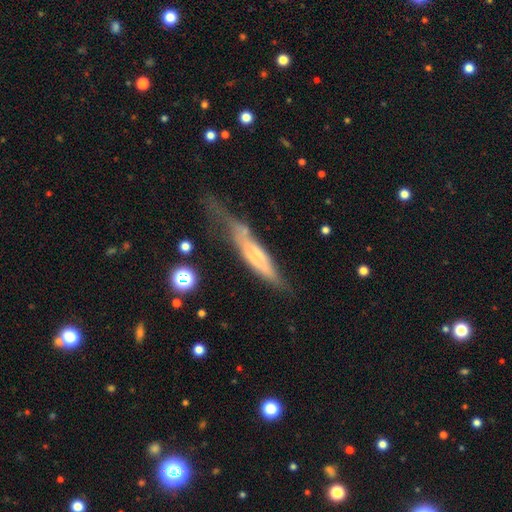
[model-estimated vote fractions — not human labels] Overall: featured or disk (54%; smooth 37%). Edge-on disk: yes (72%). Merging: minor disturbance (32%; major disturbance 31%).